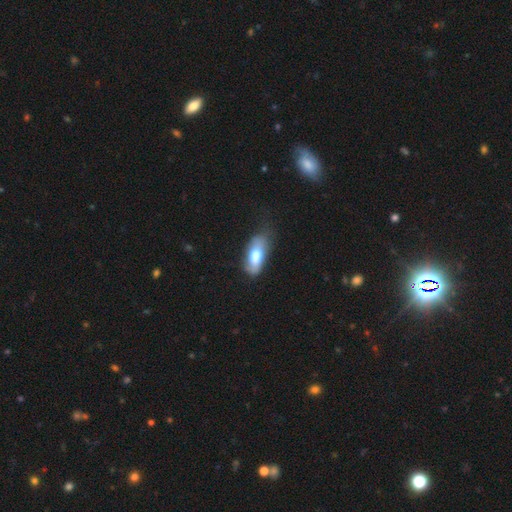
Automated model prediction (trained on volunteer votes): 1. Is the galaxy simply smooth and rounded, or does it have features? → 69% smooth, 24% featured or disk, 7% star or artifact.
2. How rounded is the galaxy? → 87% in between, 10% cigar-shaped, 3% round.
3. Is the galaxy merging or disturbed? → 45% none, 35% minor disturbance, 17% major disturbance, 2% merger.